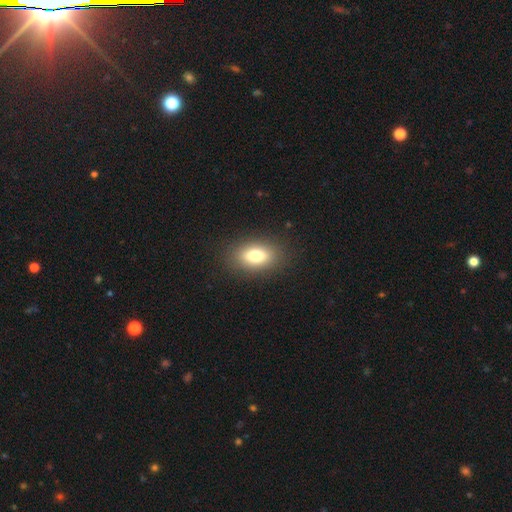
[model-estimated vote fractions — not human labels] A smooth galaxy with no disk features (77%) that is in between round and cigar-shaped (85%). Merging: none (87%).